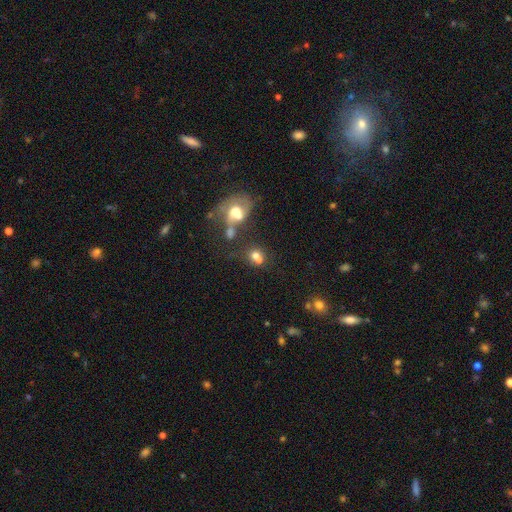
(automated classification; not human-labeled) smooth_or_featured: smooth (p=0.65) [alt: featured or disk p=0.20]
how_rounded: round (p=0.68) [alt: in between p=0.31]
merging: merger (p=0.48) [alt: none p=0.34]